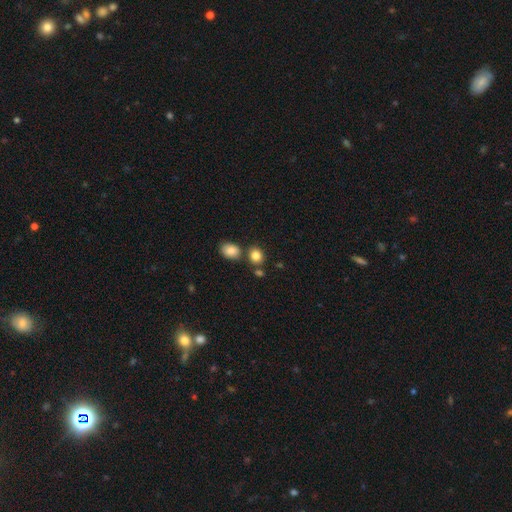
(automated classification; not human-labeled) Overall: smooth (84%). How rounded: round (65%; in between 34%). Merging: none (68%).